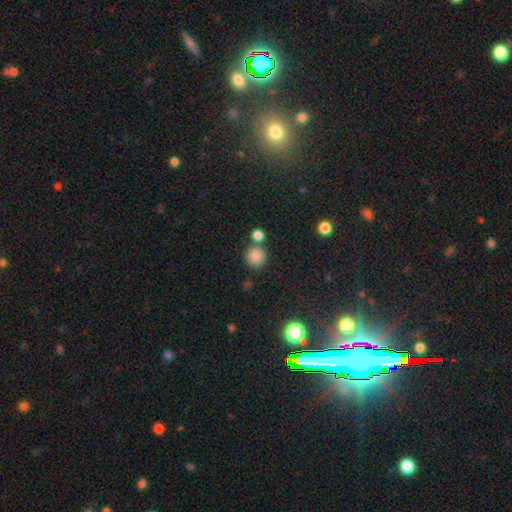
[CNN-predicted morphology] The model was most divided on "merging": none: 71%, merger: 18%, minor disturbance: 8%, major disturbance: 3%. More confident: how rounded — round (92%); smooth or featured — smooth (84%).